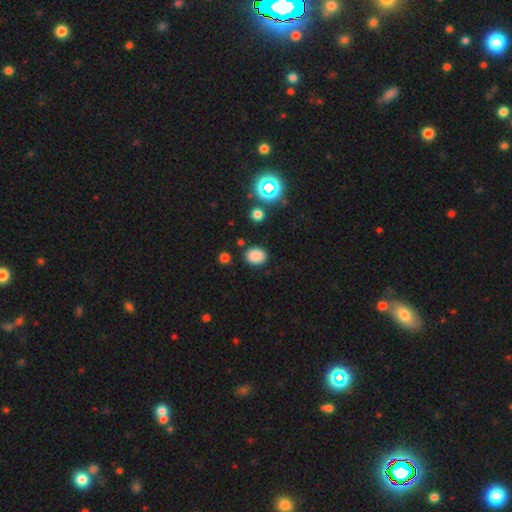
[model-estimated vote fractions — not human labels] Smooth or featured? smooth (83%)
How rounded? round (53%)
Merging? none (86%)